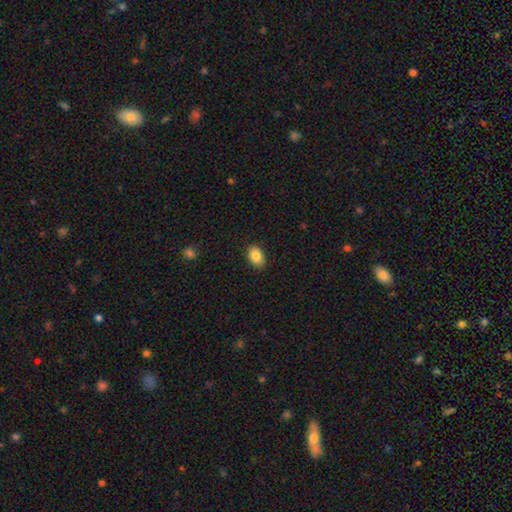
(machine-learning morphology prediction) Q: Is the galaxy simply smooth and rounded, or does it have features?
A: smooth — 87%.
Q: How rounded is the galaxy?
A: in between — 85%.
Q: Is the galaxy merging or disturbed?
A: none — 87%.